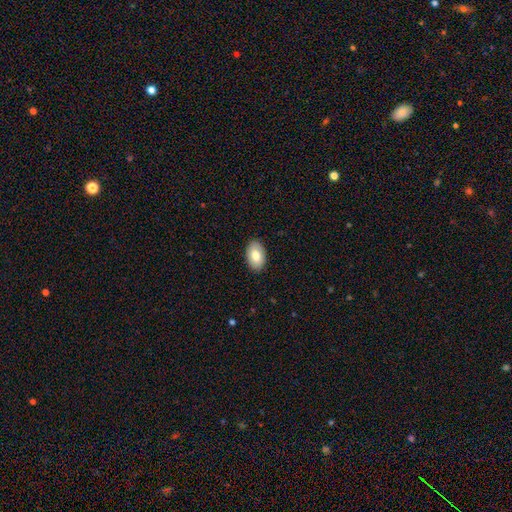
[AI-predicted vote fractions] Smooth or featured? smooth (78%)
How rounded? in between (90%)
Merging? none (89%)